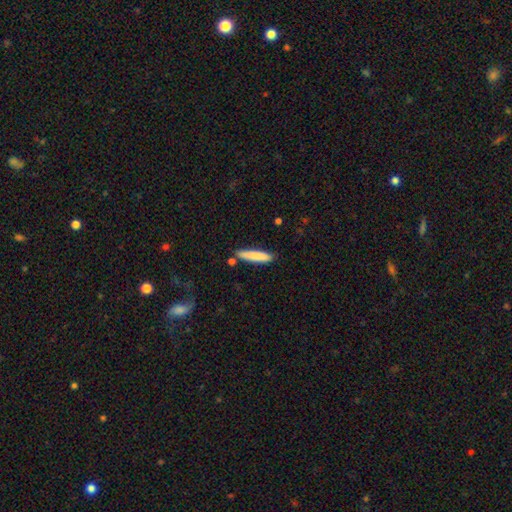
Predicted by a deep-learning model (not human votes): Smooth or featured?
  - smooth: 82% *
  - featured or disk: 12%
  - star or artifact: 6%
How rounded?
  - cigar-shaped: 88% *
  - in between: 11%
  - round: 1%
Merging?
  - none: 82% *
  - minor disturbance: 11%
  - merger: 4%
  - major disturbance: 2%